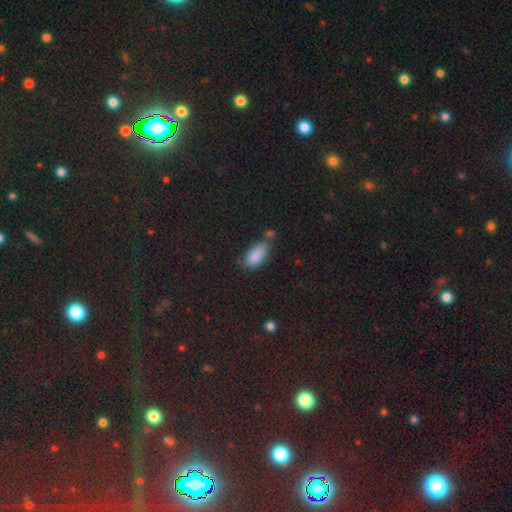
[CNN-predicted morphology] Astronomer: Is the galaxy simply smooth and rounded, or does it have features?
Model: smooth — 83%.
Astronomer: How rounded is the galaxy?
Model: in between — 89%.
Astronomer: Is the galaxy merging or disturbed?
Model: none — 50% (runner-up: minor disturbance, 29%).